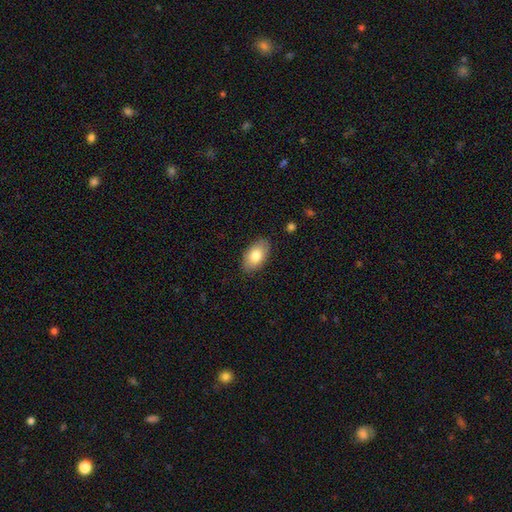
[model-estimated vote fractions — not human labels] This is clearly a smooth galaxy (80%). How rounded: clearly in between (94%). Merging: clearly none (86%).